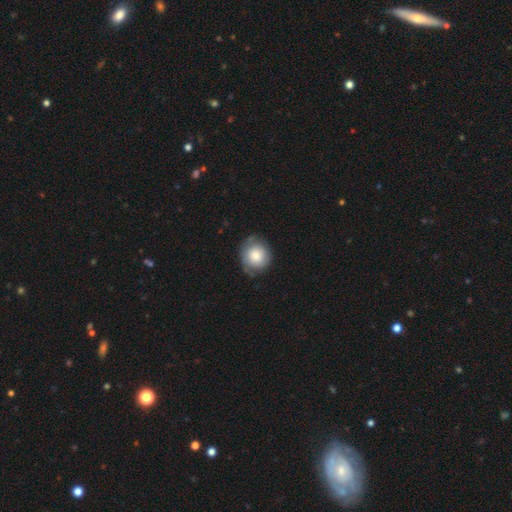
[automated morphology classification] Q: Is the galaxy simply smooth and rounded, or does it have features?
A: smooth — 74%.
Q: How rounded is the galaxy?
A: round — 82%.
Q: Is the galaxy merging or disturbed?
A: none — 66%.